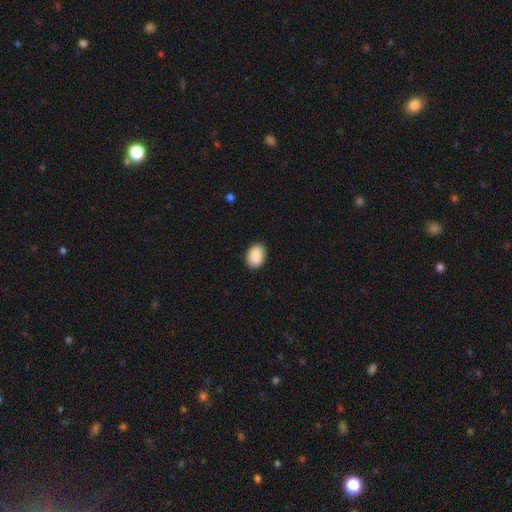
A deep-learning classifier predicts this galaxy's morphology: Smooth or featured: smooth — 87% (star or artifact — 7%)
How rounded: in between — 78% (round — 20%)
Merging: none — 88% (minor disturbance — 9%)